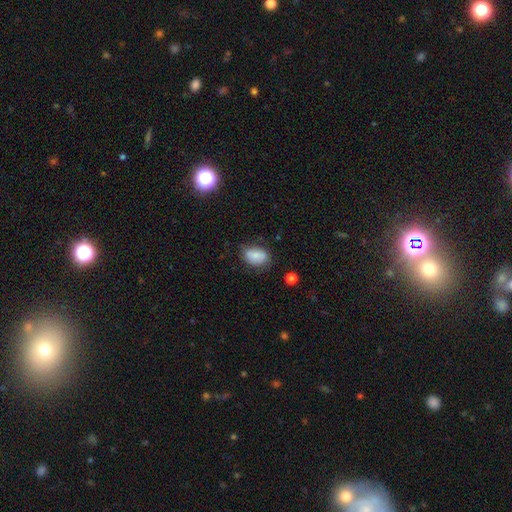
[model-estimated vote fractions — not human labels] smooth_or_featured: smooth (p=0.78) [alt: featured or disk p=0.13]
how_rounded: in between (p=0.79) [alt: round p=0.19]
merging: none (p=0.65) [alt: minor disturbance p=0.25]